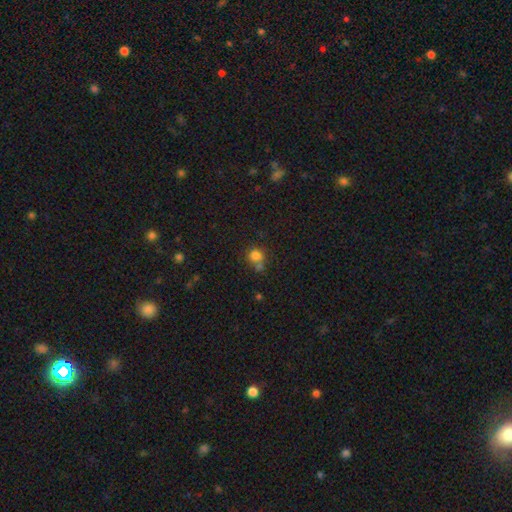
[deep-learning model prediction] Q: Smooth or featured?
A: smooth (78%); runner-up: star or artifact (14%)
Q: How rounded?
A: round (78%); runner-up: in between (21%)
Q: Merging?
A: none (47%); runner-up: merger (33%)